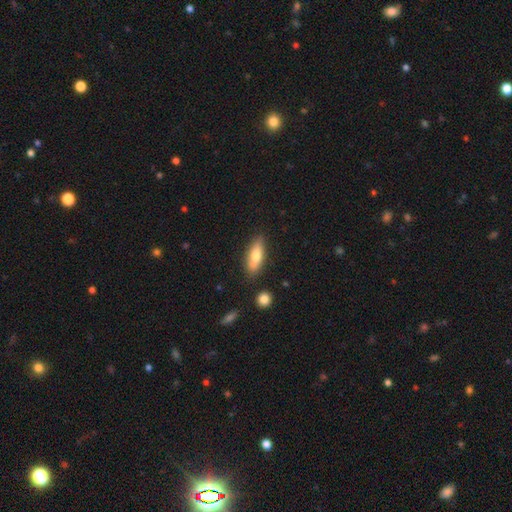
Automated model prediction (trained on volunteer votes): A smooth galaxy with no disk features (67%) that is in between round and cigar-shaped (65%).

Vote fractions:
- Smooth or featured? smooth: 67% / featured or disk: 27% / star or artifact: 6%
- How rounded? in between: 65% / cigar-shaped: 32% / round: 3%
- Merging? none: 77% / minor disturbance: 15% / merger: 5% / major disturbance: 3%